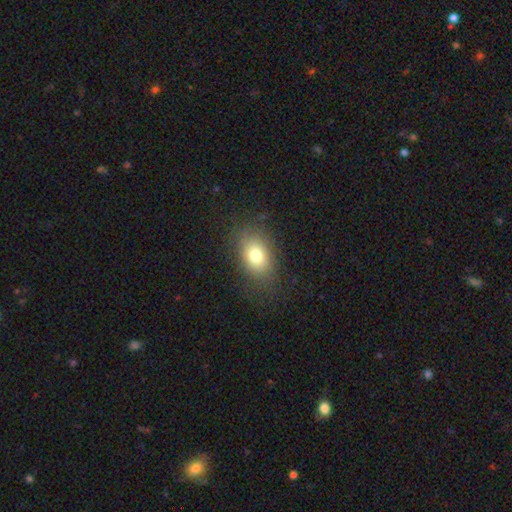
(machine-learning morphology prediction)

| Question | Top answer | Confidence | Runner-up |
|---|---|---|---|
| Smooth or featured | smooth | 76% | featured or disk (12%) |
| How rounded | in between | 78% | round (21%) |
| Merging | none | 81% | minor disturbance (12%) |